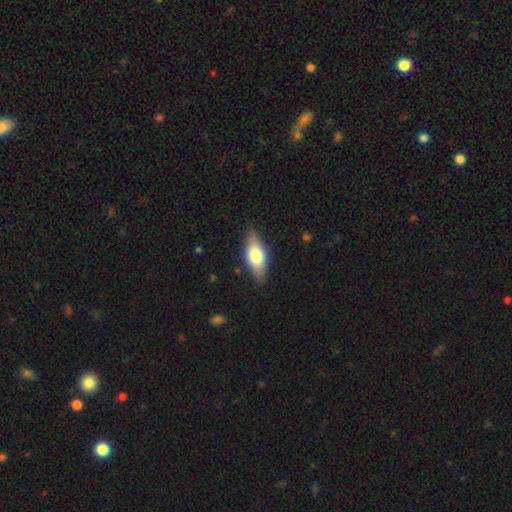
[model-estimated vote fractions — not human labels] Smooth or featured?
  - smooth: 64% *
  - featured or disk: 30%
  - star or artifact: 6%
How rounded?
  - in between: 79% *
  - cigar-shaped: 18%
  - round: 3%
Merging?
  - none: 82% *
  - minor disturbance: 14%
  - major disturbance: 3%
  - merger: 1%